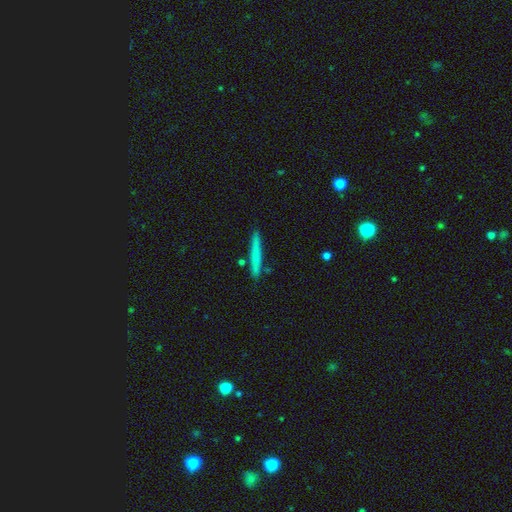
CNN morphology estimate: Q: Smooth or featured?
A: smooth (69%); runner-up: featured or disk (25%)
Q: How rounded?
A: cigar-shaped (96%); runner-up: in between (3%)
Q: Merging?
A: none (87%); runner-up: minor disturbance (8%)